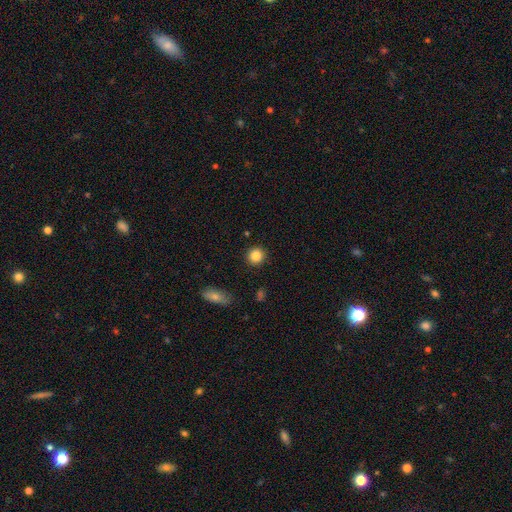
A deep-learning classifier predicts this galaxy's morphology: A smooth galaxy with no disk features (85%) that is round (91%).

Vote fractions:
- Smooth or featured? smooth: 85% / star or artifact: 10% / featured or disk: 5%
- How rounded? round: 91% / in between: 8% / cigar-shaped: 1%
- Merging? none: 91% / minor disturbance: 6% / major disturbance: 2% / merger: 2%